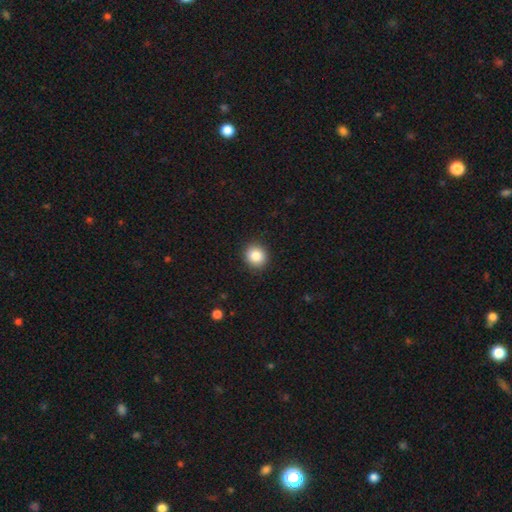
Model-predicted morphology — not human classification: This appears to be a smooth galaxy with no disk features (86%) that is round (82%). Merging: none (91%).